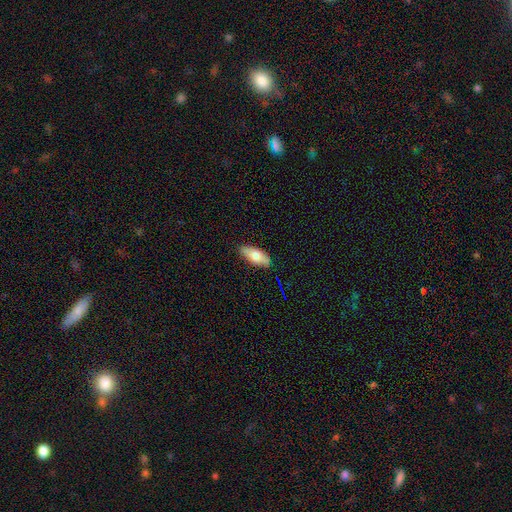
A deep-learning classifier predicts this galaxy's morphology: smooth 75%, featured or disk 19%, star or artifact 7%. Down the decision tree: how rounded — in between (84%); merging — none (82%).